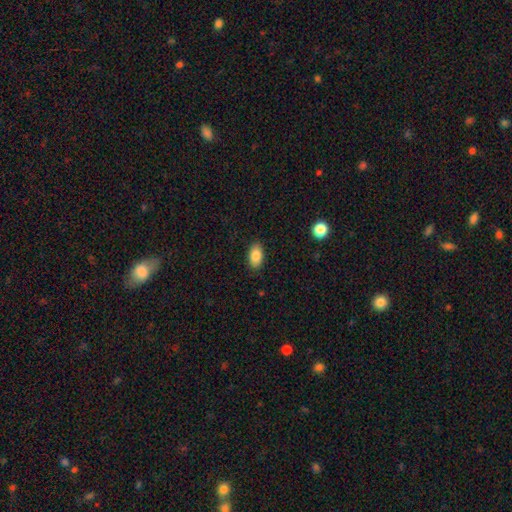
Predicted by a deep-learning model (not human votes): smooth 87%, star or artifact 7%, featured or disk 6%. Down the decision tree: how rounded — in between (93%); merging — none (88%).